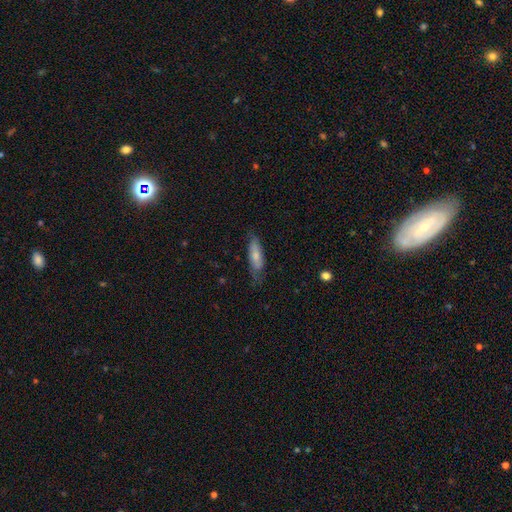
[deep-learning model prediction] This appears to be a smooth galaxy with no disk features (66%) that is in between round and cigar-shaped (56%). Merging: none (64%).